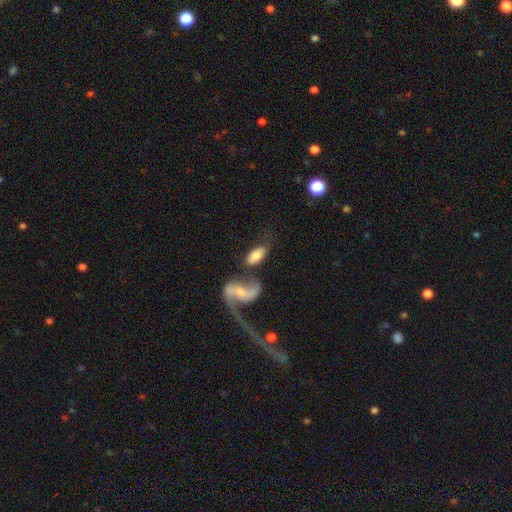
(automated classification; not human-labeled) smooth_or_featured: smooth (p=0.68) [alt: featured or disk p=0.26]
how_rounded: in between (p=0.92) [alt: cigar-shaped p=0.05]
merging: none (p=0.46) [alt: merger p=0.27]